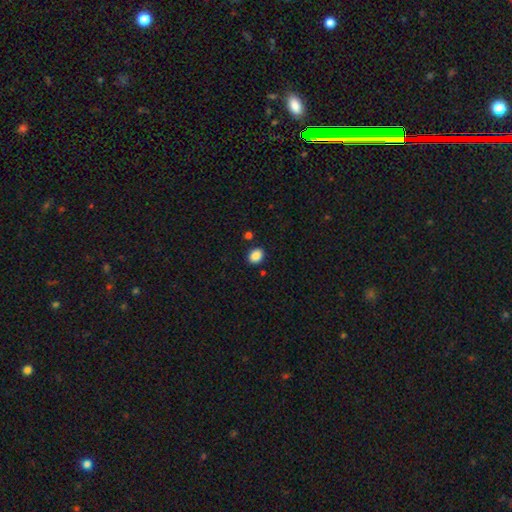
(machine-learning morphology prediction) A smooth galaxy with no disk features (88%) that is in between round and cigar-shaped (55%).

Vote fractions:
- Smooth or featured? smooth: 88% / star or artifact: 9% / featured or disk: 3%
- How rounded? in between: 55% / round: 44% / cigar-shaped: 1%
- Merging? none: 87% / minor disturbance: 8% / merger: 3% / major disturbance: 2%